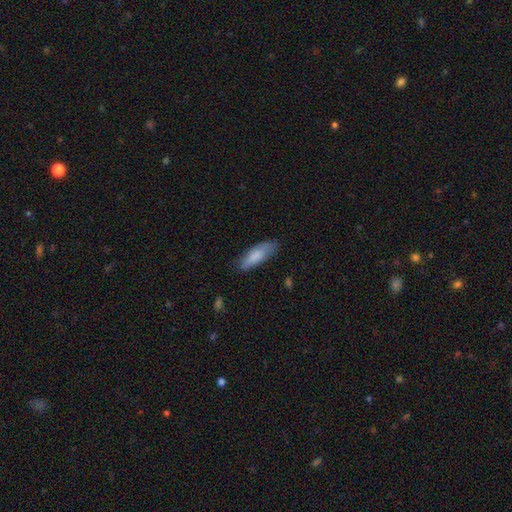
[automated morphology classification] smooth_or_featured: smooth (p=0.81) [alt: featured or disk p=0.13]
how_rounded: in between (p=0.57) [alt: cigar-shaped p=0.41]
merging: none (p=0.70) [alt: minor disturbance p=0.24]